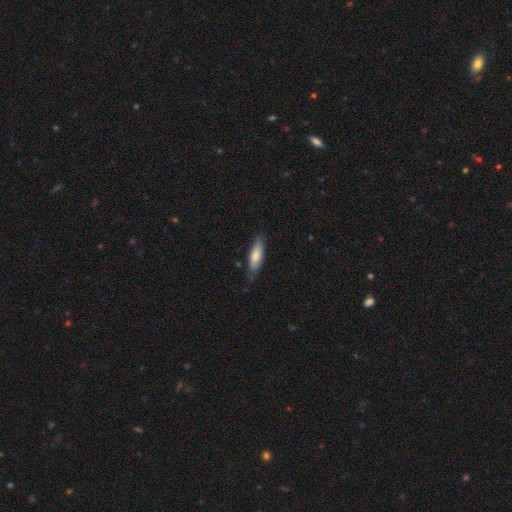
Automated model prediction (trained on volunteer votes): Smooth or featured: smooth — 78% (featured or disk — 17%)
How rounded: cigar-shaped — 50% (in between — 48%)
Merging: none — 77% (minor disturbance — 18%)